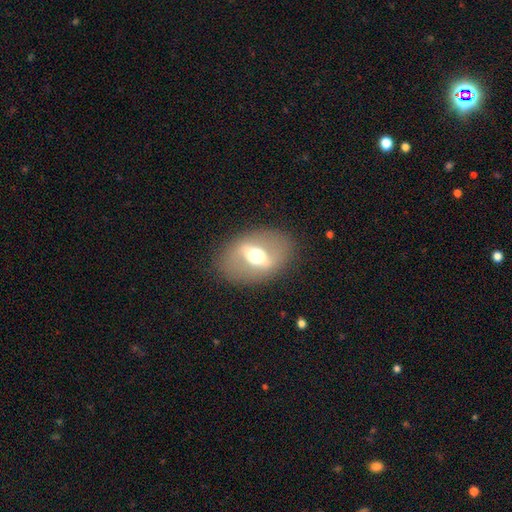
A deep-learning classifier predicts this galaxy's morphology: Smooth or featured?
  - featured or disk: 58% *
  - smooth: 33%
  - star or artifact: 9%
Edge-on disk?
  - no: 77% *
  - yes: 23%
Merging?
  - none: 84% *
  - minor disturbance: 9%
  - major disturbance: 5%
  - merger: 1%